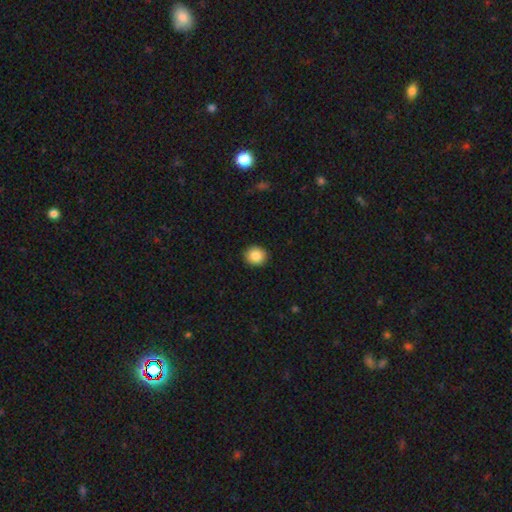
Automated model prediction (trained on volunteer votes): smooth-or-featured: smooth: 87% | star or artifact: 9% | featured or disk: 4%
  how-rounded: round: 87% | in between: 12% | cigar-shaped: 1%
  merging: none: 92% | minor disturbance: 6% | major disturbance: 2% | merger: 1%